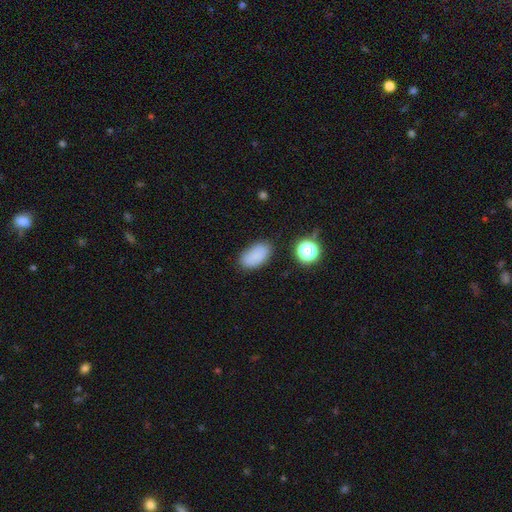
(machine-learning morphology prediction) This is clearly a smooth galaxy (84%). How rounded: clearly in between (92%). Merging: clearly none (82%).